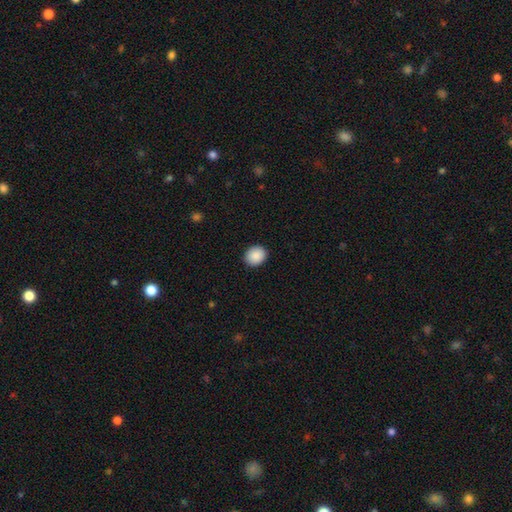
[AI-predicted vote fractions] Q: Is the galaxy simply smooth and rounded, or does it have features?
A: smooth — 90%.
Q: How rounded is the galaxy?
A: round — 60%.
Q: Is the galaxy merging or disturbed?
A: none — 91%.